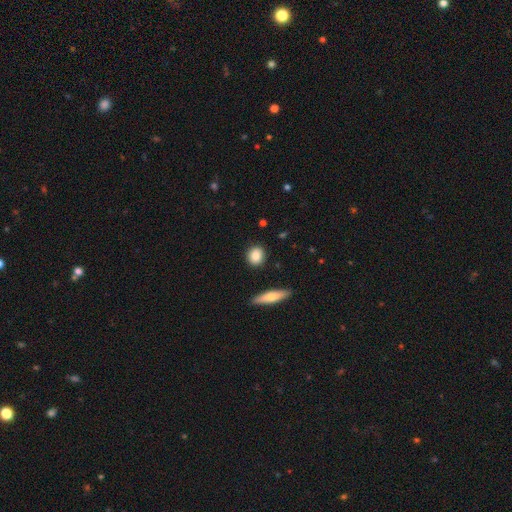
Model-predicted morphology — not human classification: The model was most divided on "how rounded": round: 70%, in between: 25%, cigar-shaped: 4%. More confident: merging — none (89%); smooth or featured — smooth (86%).